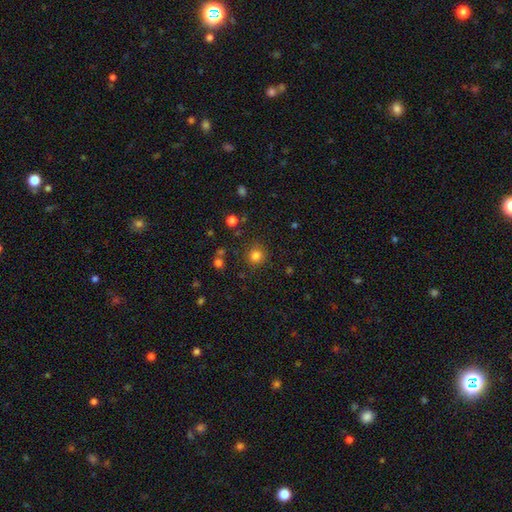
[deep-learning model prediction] smooth_or_featured: smooth (p=0.82) [alt: star or artifact p=0.14]
how_rounded: round (p=0.92) [alt: in between p=0.07]
merging: none (p=0.86) [alt: minor disturbance p=0.08]